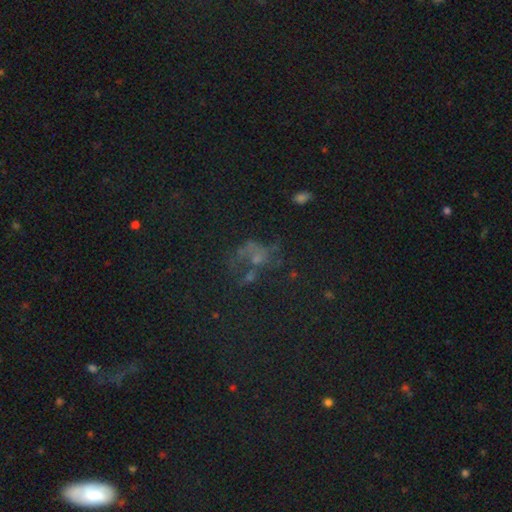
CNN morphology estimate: Smooth or featured? Predicted: star or artifact (p=0.35).